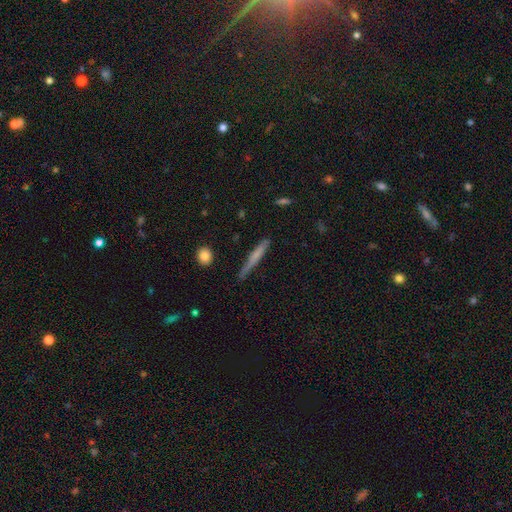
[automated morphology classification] Smooth or featured?
  - smooth: 56% *
  - featured or disk: 37%
  - star or artifact: 7%
How rounded?
  - cigar-shaped: 95% *
  - in between: 4%
  - round: 2%
Merging?
  - none: 76% *
  - minor disturbance: 19%
  - major disturbance: 3%
  - merger: 2%